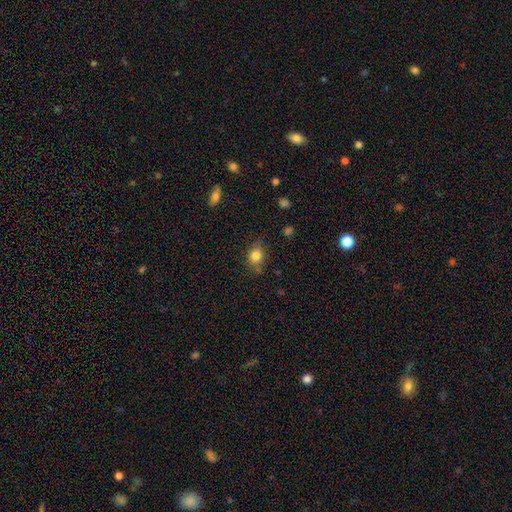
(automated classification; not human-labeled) Smooth or featured: smooth — 82% (star or artifact — 11%)
How rounded: round — 64% (in between — 35%)
Merging: none — 70% (minor disturbance — 21%)